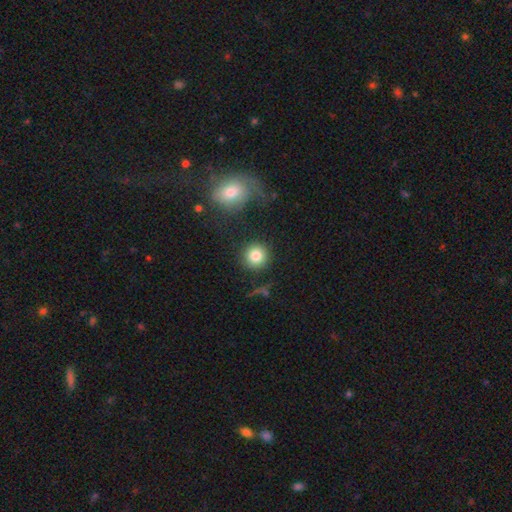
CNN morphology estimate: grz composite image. It shows a smooth galaxy with no disk features (84%) that is round (93%). Merging: none (85%).